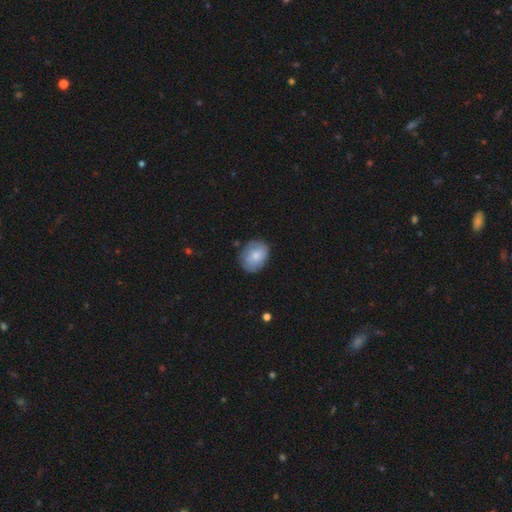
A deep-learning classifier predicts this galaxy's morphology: Q: Smooth or featured?
A: smooth (74%); runner-up: featured or disk (20%)
Q: How rounded?
A: in between (59%); runner-up: round (40%)
Q: Merging?
A: none (77%); runner-up: minor disturbance (18%)